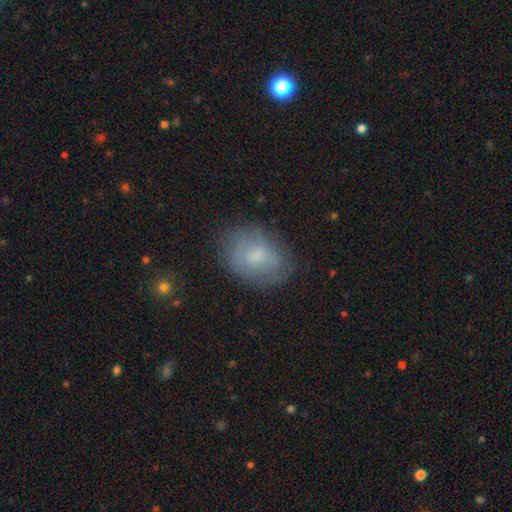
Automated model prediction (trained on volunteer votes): smooth-or-featured: smooth: 63% | featured or disk: 29% | star or artifact: 8%
  how-rounded: in between: 73% | round: 26% | cigar-shaped: 1%
  merging: none: 72% | minor disturbance: 20% | major disturbance: 6% | merger: 1%